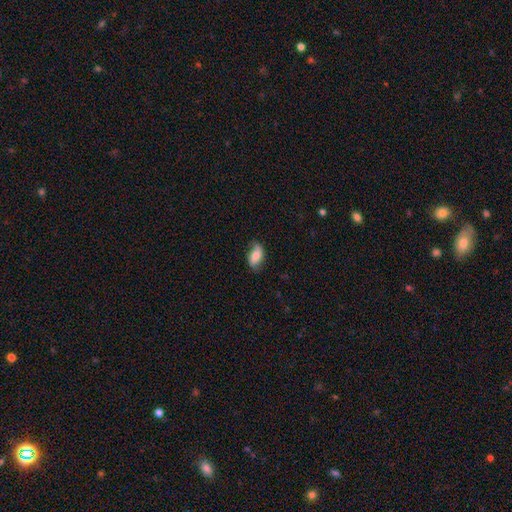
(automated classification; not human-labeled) Morphology: type=smooth (74%); roundness=in between (92%); merging=none (68%).